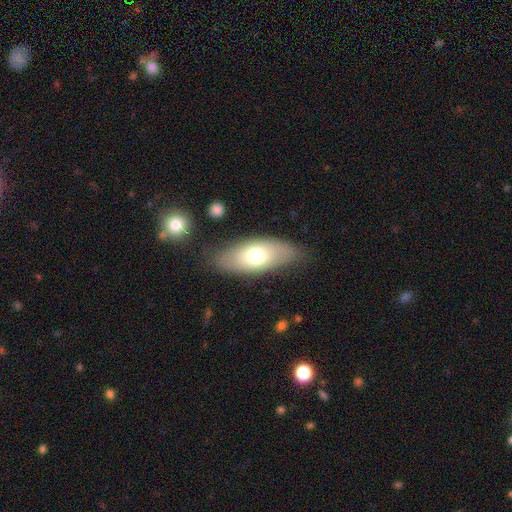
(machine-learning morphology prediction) A smooth galaxy with no disk features (67%) that is in between round and cigar-shaped (85%).

Vote fractions:
- Smooth or featured? smooth: 67% / featured or disk: 27% / star or artifact: 7%
- How rounded? in between: 85% / cigar-shaped: 12% / round: 3%
- Merging? none: 79% / minor disturbance: 14% / major disturbance: 4% / merger: 2%